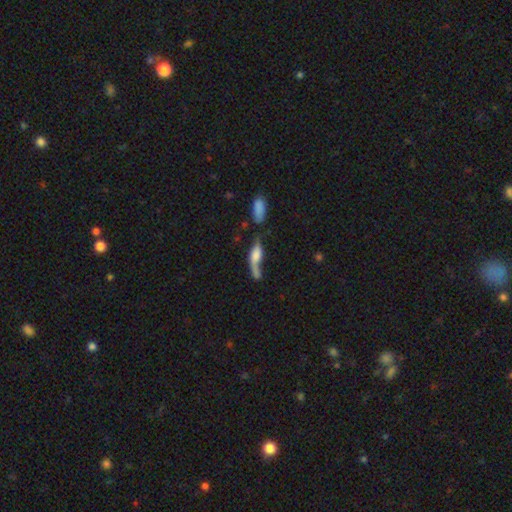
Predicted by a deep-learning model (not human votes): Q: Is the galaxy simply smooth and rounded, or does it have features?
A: smooth — 49%.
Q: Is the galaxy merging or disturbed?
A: merger — 33%.